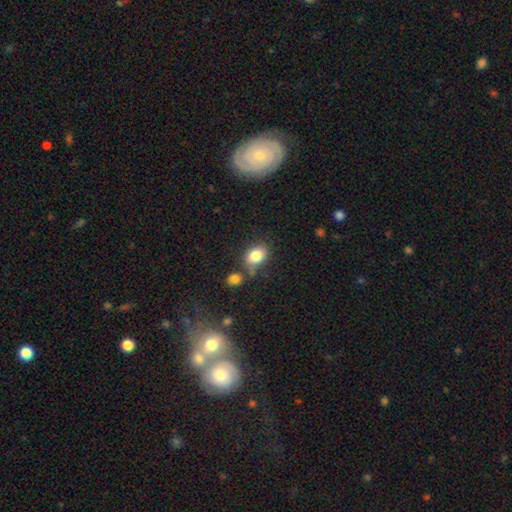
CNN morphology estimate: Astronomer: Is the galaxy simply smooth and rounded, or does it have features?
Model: smooth — 83%.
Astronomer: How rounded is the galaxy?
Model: in between — 69%.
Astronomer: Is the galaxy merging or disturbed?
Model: none — 61%.